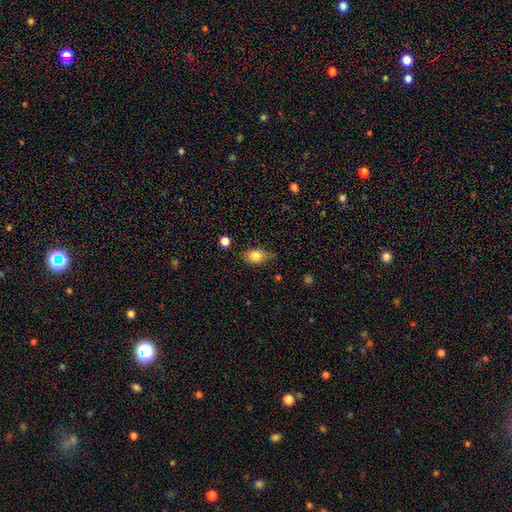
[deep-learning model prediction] This appears to be a smooth galaxy with no disk features (82%) that is in between round and cigar-shaped (81%). Merging: none (72%).